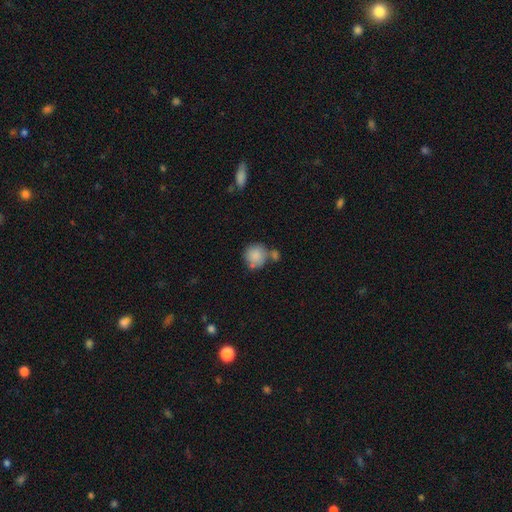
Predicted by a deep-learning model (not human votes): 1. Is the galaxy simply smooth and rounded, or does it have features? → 84% smooth, 9% featured or disk, 7% star or artifact.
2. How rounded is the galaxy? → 88% round, 11% in between, 1% cigar-shaped.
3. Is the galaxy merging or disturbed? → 49% none, 29% merger, 16% minor disturbance, 6% major disturbance.